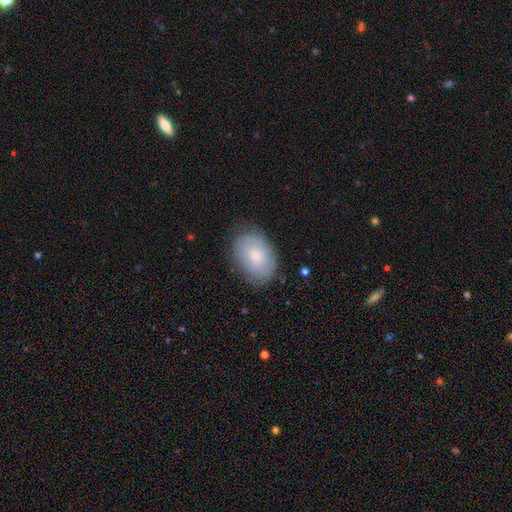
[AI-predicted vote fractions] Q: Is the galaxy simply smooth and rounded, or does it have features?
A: smooth — 64%.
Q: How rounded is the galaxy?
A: in between — 85%.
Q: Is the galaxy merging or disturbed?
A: none — 75%.